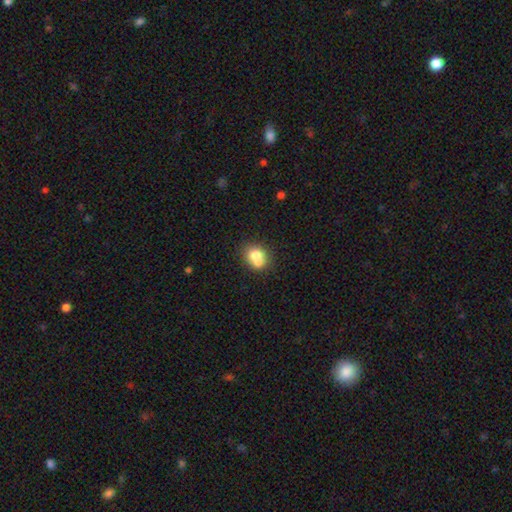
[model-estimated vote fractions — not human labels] smooth 74%, featured or disk 16%, star or artifact 10%. Down the decision tree: how rounded — round (64%); merging — none (44%).